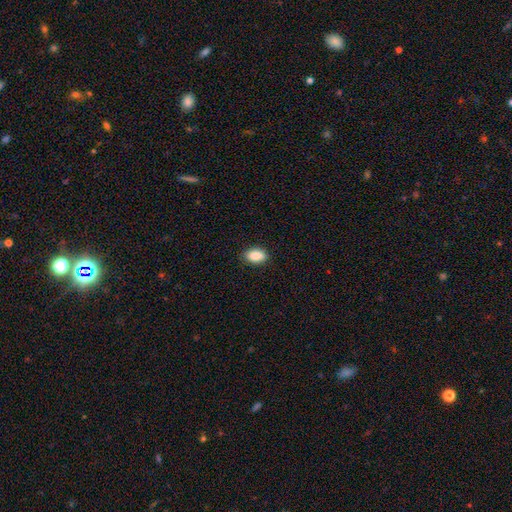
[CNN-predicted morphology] Overall: smooth (88%). How rounded: in between (88%). Merging: none (85%).